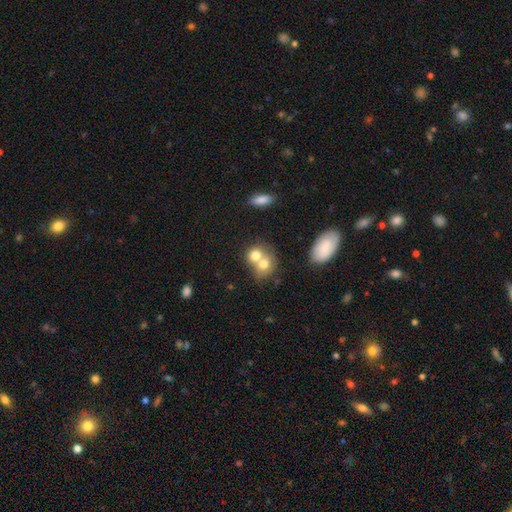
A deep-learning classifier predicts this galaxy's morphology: smooth 72%, featured or disk 20%, star or artifact 9%. Down the decision tree: how rounded — round (66%); merging — merger (70%).